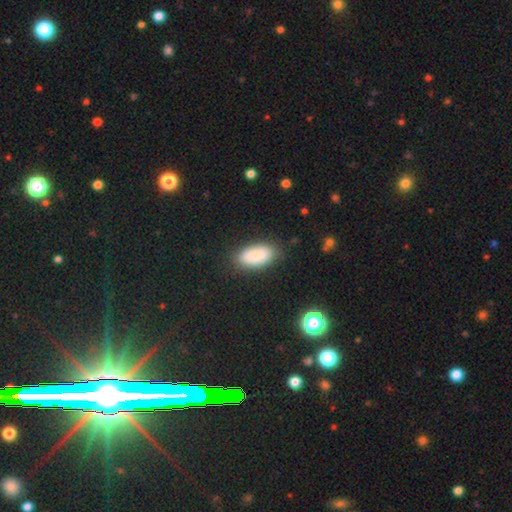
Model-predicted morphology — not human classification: smooth_or_featured: smooth (p=0.87) [alt: star or artifact p=0.07]
how_rounded: in between (p=0.92) [alt: cigar-shaped p=0.05]
merging: none (p=0.85) [alt: minor disturbance p=0.11]